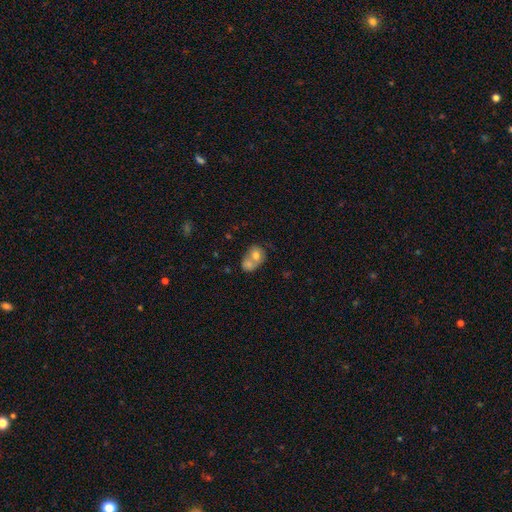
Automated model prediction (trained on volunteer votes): smooth-or-featured: smooth: 69% | featured or disk: 23% | star or artifact: 8%
  how-rounded: round: 51% | in between: 48% | cigar-shaped: 1%
  merging: merger: 71% | none: 18% | minor disturbance: 7% | major disturbance: 4%